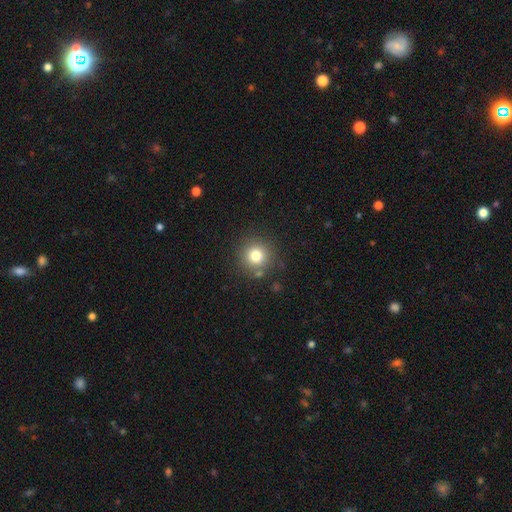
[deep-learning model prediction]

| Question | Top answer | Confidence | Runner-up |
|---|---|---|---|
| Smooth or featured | smooth | 79% | star or artifact (13%) |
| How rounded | round | 94% | in between (5%) |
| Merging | none | 83% | minor disturbance (9%) |